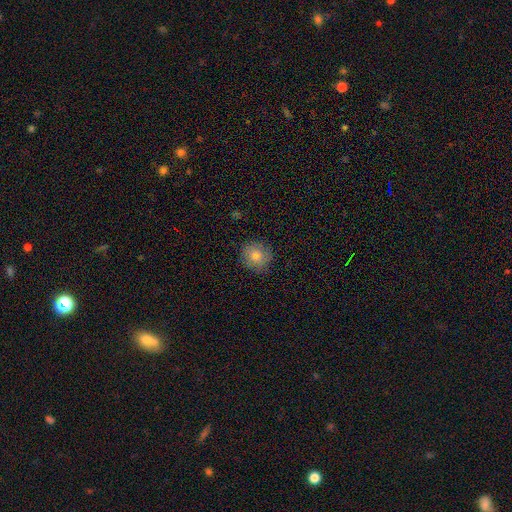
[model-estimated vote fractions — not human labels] A smooth galaxy with no disk features (74%) that is round (90%).

Vote fractions:
- Smooth or featured? smooth: 74% / featured or disk: 14% / star or artifact: 11%
- How rounded? round: 90% / in between: 9% / cigar-shaped: 1%
- Merging? none: 86% / minor disturbance: 10% / major disturbance: 3% / merger: 1%